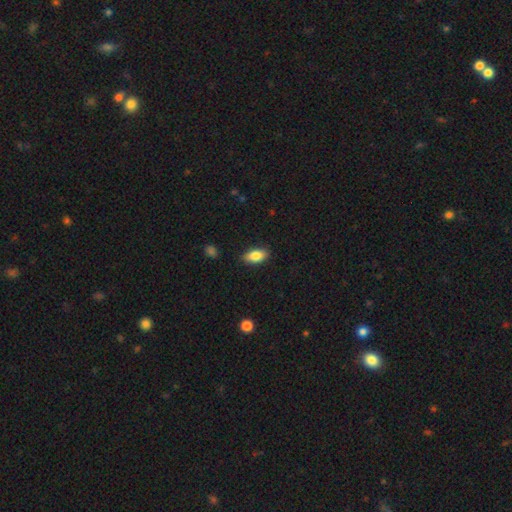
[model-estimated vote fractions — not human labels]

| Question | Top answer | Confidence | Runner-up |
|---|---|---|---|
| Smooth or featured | smooth | 83% | featured or disk (9%) |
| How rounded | in between | 89% | cigar-shaped (7%) |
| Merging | none | 85% | minor disturbance (11%) |